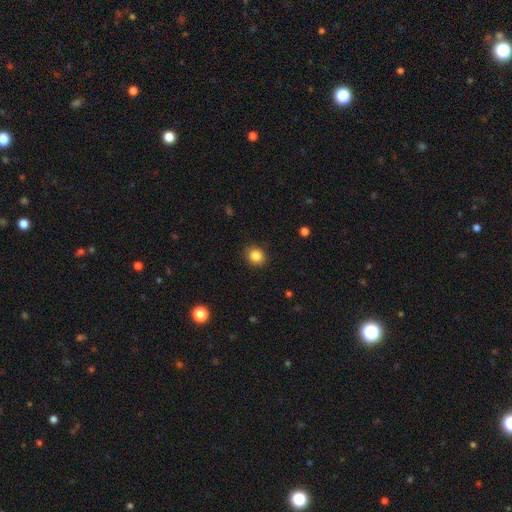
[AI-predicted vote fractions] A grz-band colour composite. It shows a smooth galaxy with no disk features (85%) that is round (82%). Merging: none (90%).